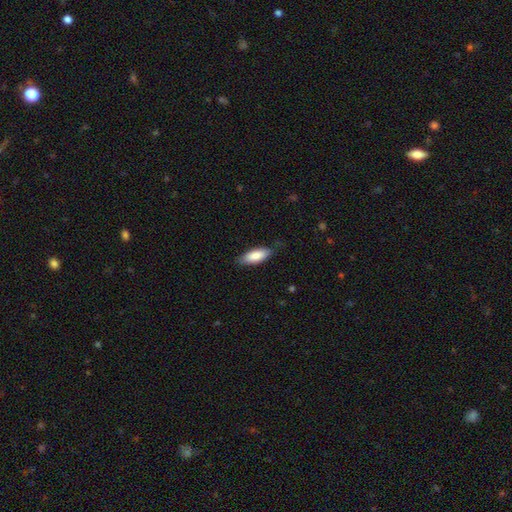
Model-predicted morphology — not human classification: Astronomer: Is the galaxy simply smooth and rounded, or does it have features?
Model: smooth — 85%.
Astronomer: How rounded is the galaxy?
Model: in between — 75%.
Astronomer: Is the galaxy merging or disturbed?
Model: none — 78%.